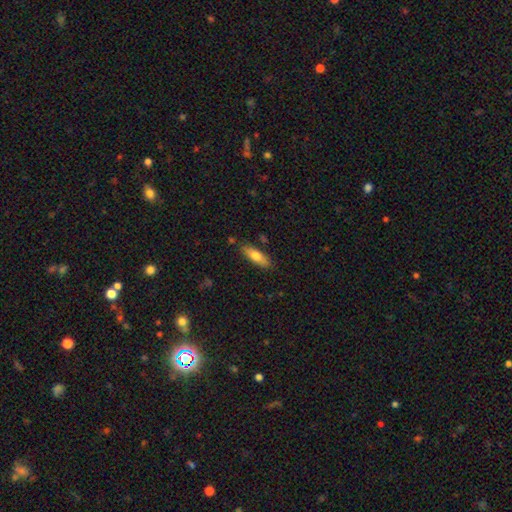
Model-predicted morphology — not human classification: Smooth or featured: smooth — 73% (featured or disk — 21%)
How rounded: in between — 51% (cigar-shaped — 47%)
Merging: none — 83% (minor disturbance — 12%)